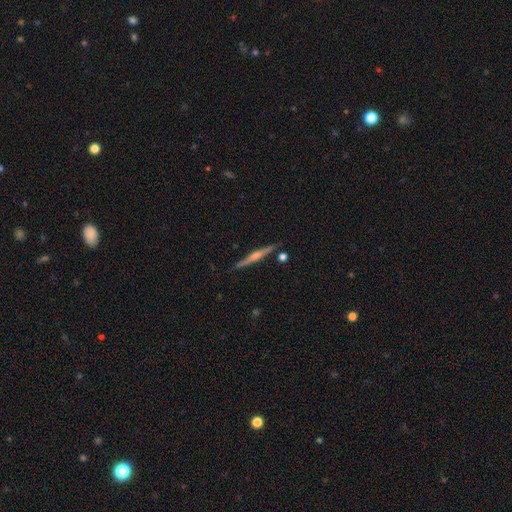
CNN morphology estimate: smooth-or-featured: featured or disk: 76% | smooth: 18% | star or artifact: 6%
  disk-edge-on: yes: 98% | no: 2%
    edge-on-bulge: rounded: 79% | none: 11% | boxy: 10%
  merging: none: 88% | minor disturbance: 8% | merger: 2% | major disturbance: 2%